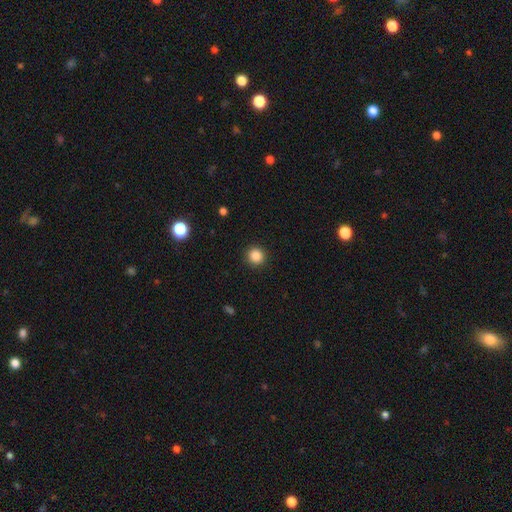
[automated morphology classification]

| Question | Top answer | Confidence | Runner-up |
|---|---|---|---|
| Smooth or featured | smooth | 86% | star or artifact (11%) |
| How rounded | round | 93% | in between (6%) |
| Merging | none | 92% | minor disturbance (5%) |